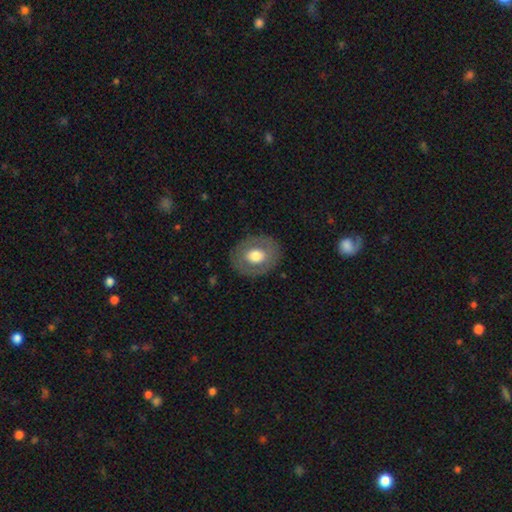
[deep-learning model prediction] smooth_or_featured: smooth (p=0.60) [alt: featured or disk p=0.34]
how_rounded: round (p=0.53) [alt: in between p=0.46]
merging: none (p=0.84) [alt: minor disturbance p=0.11]